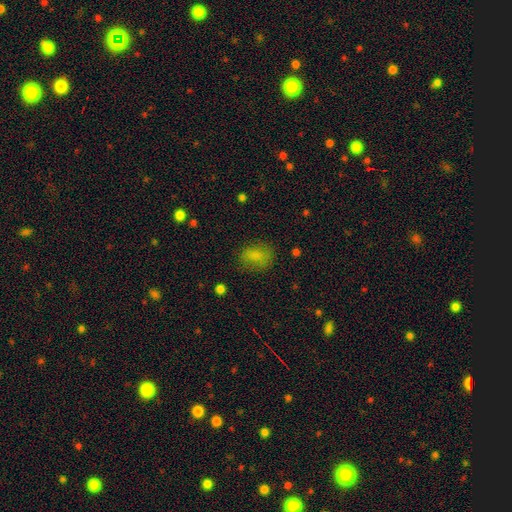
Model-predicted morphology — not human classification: smooth 77%, star or artifact 13%, featured or disk 10%. Down the decision tree: how rounded — in between (67%); merging — none (69%).